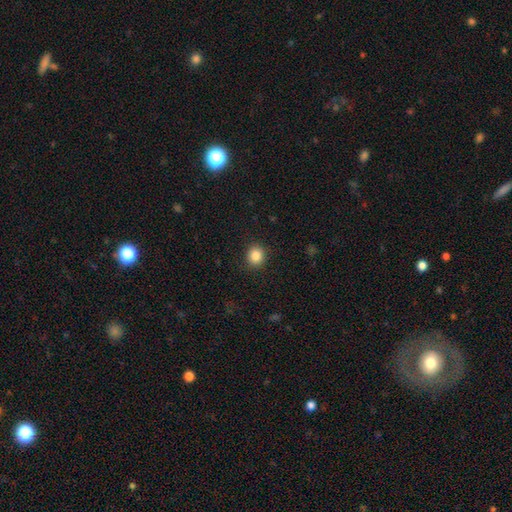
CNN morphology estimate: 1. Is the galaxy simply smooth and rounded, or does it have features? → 86% smooth, 10% star or artifact, 4% featured or disk.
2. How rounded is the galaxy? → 81% round, 18% in between, 1% cigar-shaped.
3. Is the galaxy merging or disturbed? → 90% none, 6% minor disturbance, 2% major disturbance, 1% merger.